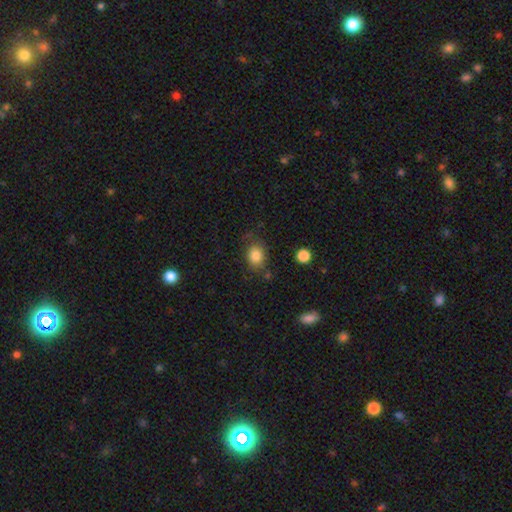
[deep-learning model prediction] smooth_or_featured: smooth (p=0.84) [alt: star or artifact p=0.09]
how_rounded: in between (p=0.56) [alt: round p=0.43]
merging: none (p=0.70) [alt: minor disturbance p=0.19]